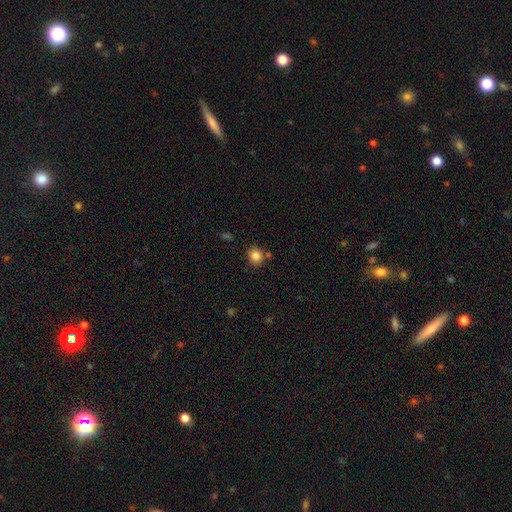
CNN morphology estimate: This is clearly a smooth galaxy (83%). How rounded: likely round (79%). Merging: likely none (78%).